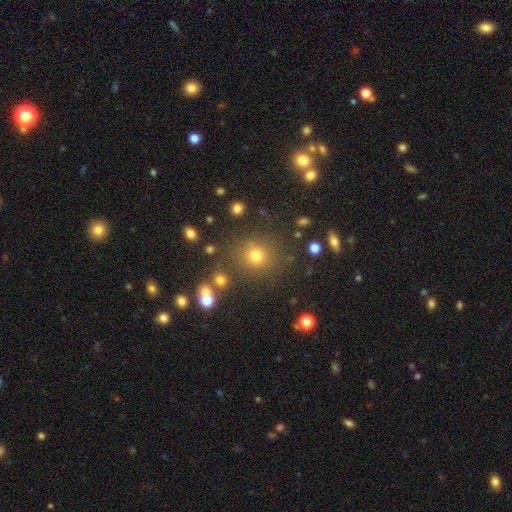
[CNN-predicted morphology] smooth 72%, star or artifact 20%, featured or disk 8%. Down the decision tree: how rounded — round (89%); merging — none (81%).